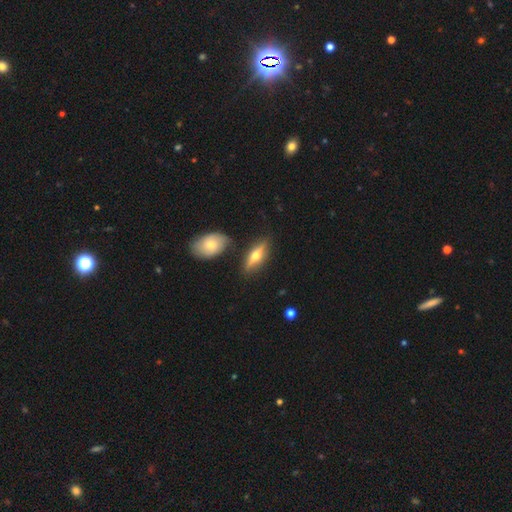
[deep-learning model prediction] smooth-or-featured: featured or disk: 62% | smooth: 32% | star or artifact: 7%
  disk-edge-on: yes: 91% | no: 9%
    edge-on-bulge: rounded: 95% | boxy: 3% | none: 2%
  merging: none: 82% | minor disturbance: 10% | merger: 5% | major disturbance: 3%